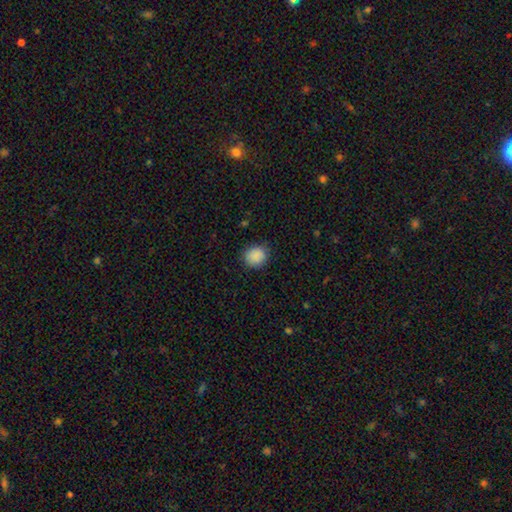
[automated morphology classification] Smooth or featured?
  - smooth: 89% *
  - star or artifact: 8%
  - featured or disk: 3%
How rounded?
  - round: 77% *
  - in between: 22%
  - cigar-shaped: 1%
Merging?
  - none: 86% *
  - minor disturbance: 10%
  - major disturbance: 3%
  - merger: 1%